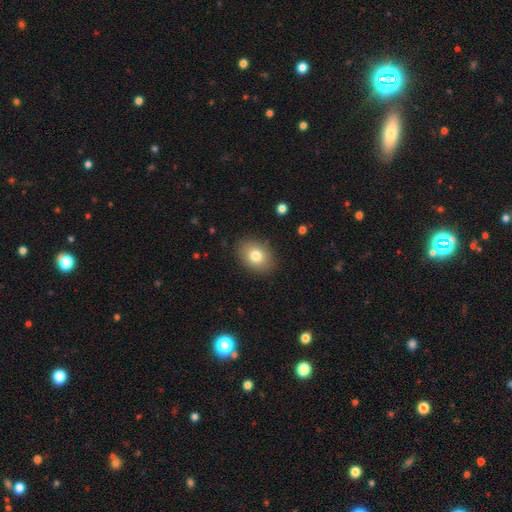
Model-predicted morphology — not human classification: Q: Smooth or featured?
A: smooth (80%); runner-up: featured or disk (11%)
Q: How rounded?
A: in between (68%); runner-up: round (31%)
Q: Merging?
A: none (87%); runner-up: minor disturbance (9%)